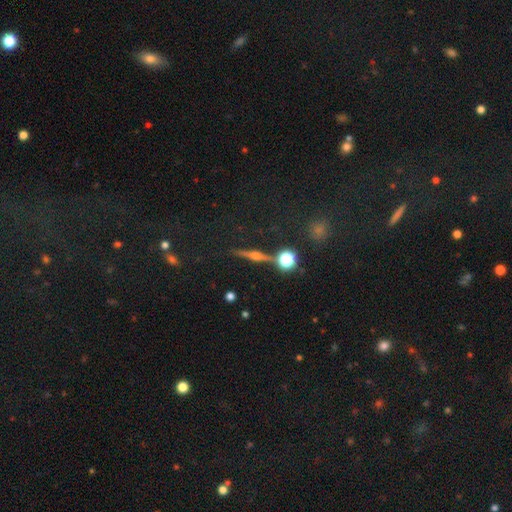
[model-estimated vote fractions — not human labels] A featured or disk galaxy (74%) viewed edge-on (97%) with a rounded central bulge (94%). Merging: none (86%).